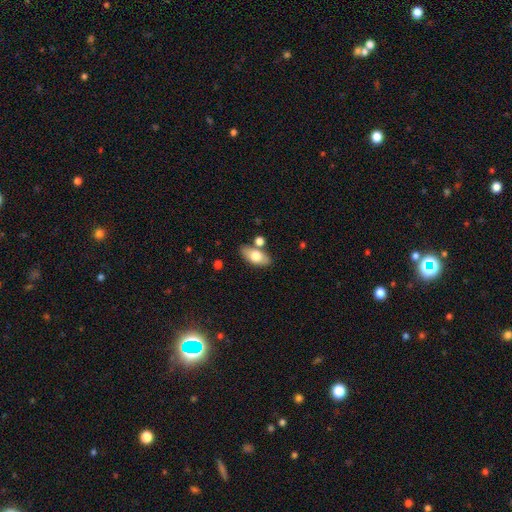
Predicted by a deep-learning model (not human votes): smooth-or-featured: smooth: 70% | featured or disk: 23% | star or artifact: 7%
  how-rounded: in between: 88% | cigar-shaped: 7% | round: 5%
  merging: none: 76% | minor disturbance: 11% | merger: 10% | major disturbance: 3%